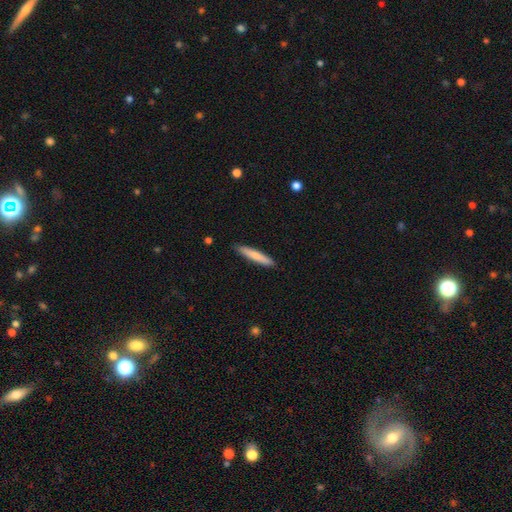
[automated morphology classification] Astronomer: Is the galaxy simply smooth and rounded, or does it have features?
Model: smooth — 74%.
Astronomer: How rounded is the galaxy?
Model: cigar-shaped — 93%.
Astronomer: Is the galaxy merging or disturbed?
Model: none — 89%.